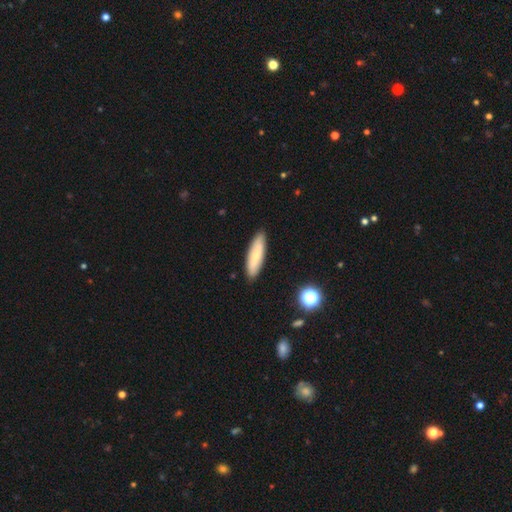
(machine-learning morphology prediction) Smooth or featured?
  - smooth: 68% *
  - featured or disk: 26%
  - star or artifact: 7%
How rounded?
  - cigar-shaped: 66% *
  - in between: 32%
  - round: 2%
Merging?
  - none: 88% *
  - minor disturbance: 9%
  - major disturbance: 2%
  - merger: 1%